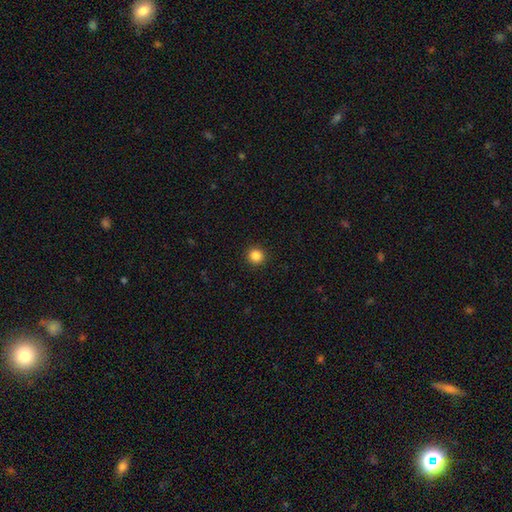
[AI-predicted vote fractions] Morphology: type=smooth (86%); roundness=round (94%); merging=none (92%).